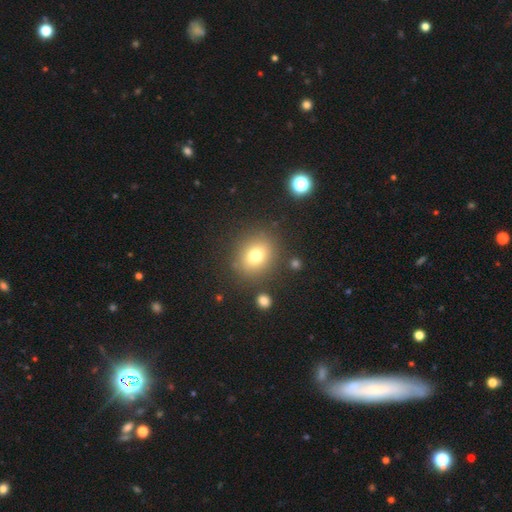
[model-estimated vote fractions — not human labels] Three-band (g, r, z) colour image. It shows a smooth galaxy with no disk features (75%) that is round (64%). Merging: none (83%).